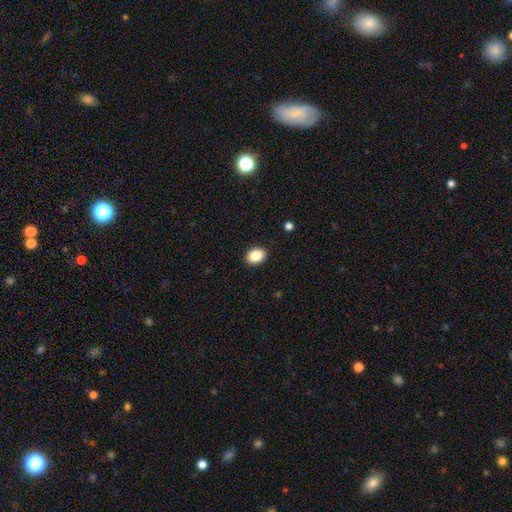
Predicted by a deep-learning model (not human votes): Overall: smooth (87%). How rounded: in between (71%). Merging: none (90%).